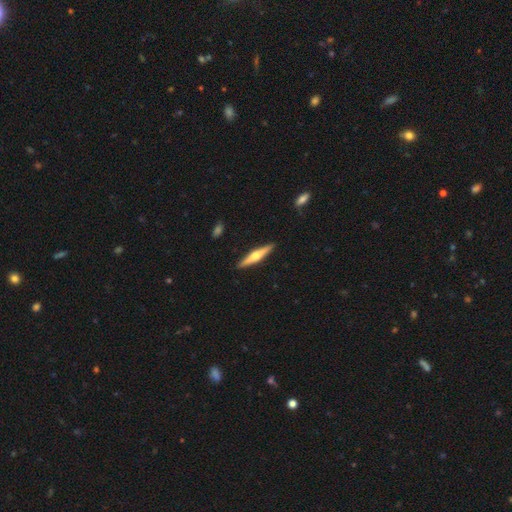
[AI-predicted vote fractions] Morphology: type=featured or disk (65%); edge-on=yes (97%); edge-on bulge=rounded (92%); merging=none (91%).